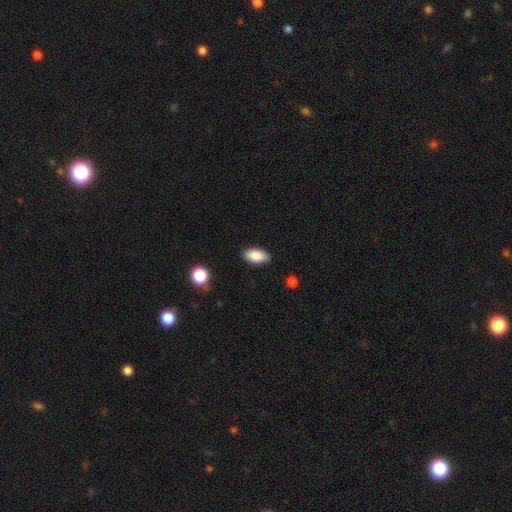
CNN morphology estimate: The model was most divided on "merging": none: 86%, minor disturbance: 10%, major disturbance: 2%, merger: 1%. More confident: how rounded — in between (93%); smooth or featured — smooth (88%).